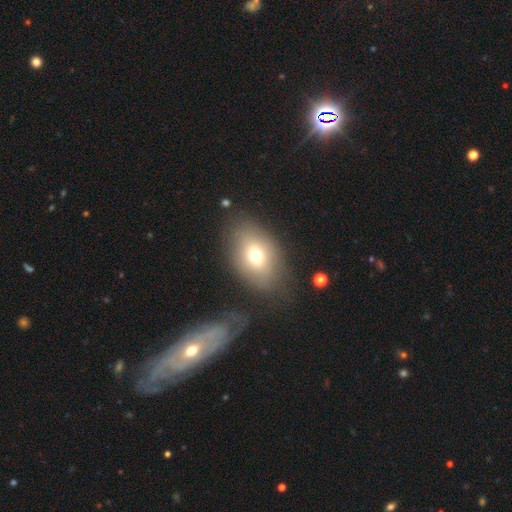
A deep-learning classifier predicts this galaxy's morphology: type=smooth (69%); roundness=in between (80%); merging=none (71%).